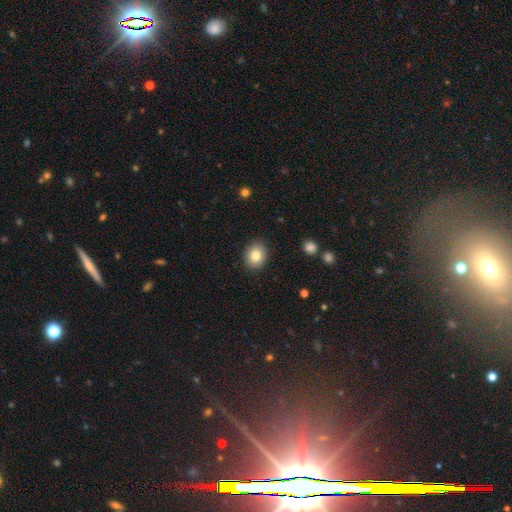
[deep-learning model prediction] Smooth or featured?
  - smooth: 83% *
  - star or artifact: 9%
  - featured or disk: 8%
How rounded?
  - in between: 50% *
  - round: 49%
  - cigar-shaped: 1%
Merging?
  - none: 88% *
  - minor disturbance: 8%
  - major disturbance: 2%
  - merger: 1%